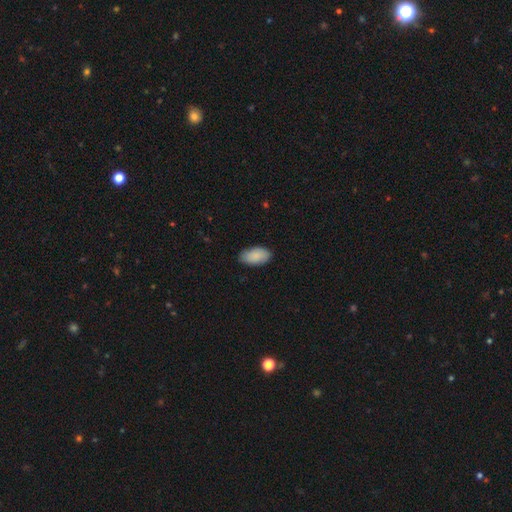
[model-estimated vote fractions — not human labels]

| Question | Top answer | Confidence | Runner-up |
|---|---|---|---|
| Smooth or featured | smooth | 88% | featured or disk (6%) |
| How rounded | in between | 95% | round (3%) |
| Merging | none | 84% | minor disturbance (13%) |